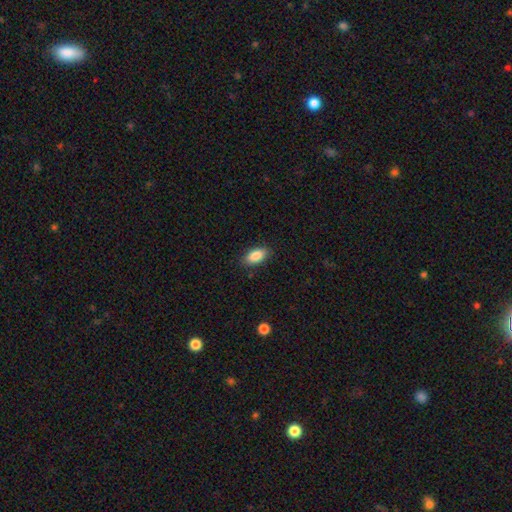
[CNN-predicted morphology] Smooth or featured? Predicted: smooth (p=0.87). How rounded? Predicted: in between (p=0.91). Merging? Predicted: none (p=0.87).